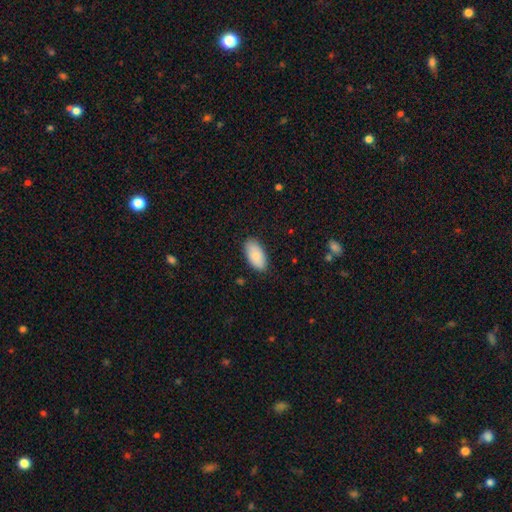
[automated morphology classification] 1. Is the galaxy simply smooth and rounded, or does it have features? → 87% smooth, 7% featured or disk, 6% star or artifact.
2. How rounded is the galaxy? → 95% in between, 3% cigar-shaped, 2% round.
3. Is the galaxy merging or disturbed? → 86% none, 11% minor disturbance, 2% major disturbance, 1% merger.